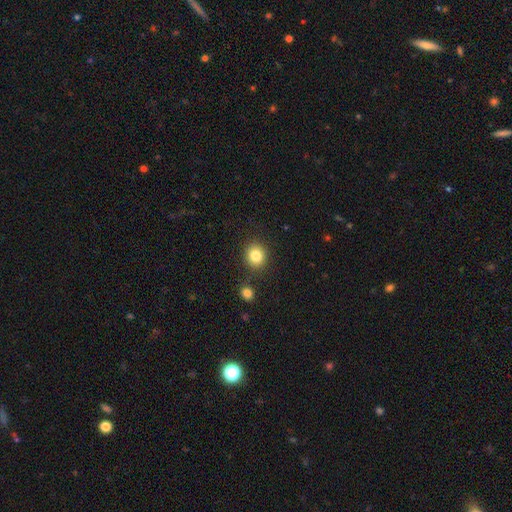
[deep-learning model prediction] Q: Smooth or featured?
A: smooth (83%); runner-up: star or artifact (10%)
Q: How rounded?
A: round (81%); runner-up: in between (19%)
Q: Merging?
A: none (84%); runner-up: minor disturbance (8%)